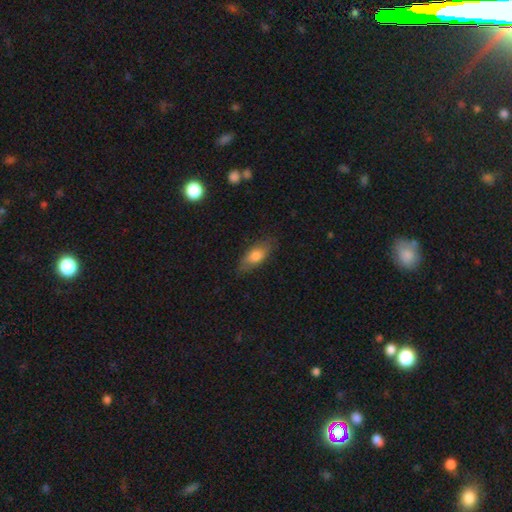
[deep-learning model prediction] Overall: smooth (74%). How rounded: in between (80%). Merging: none (74%).